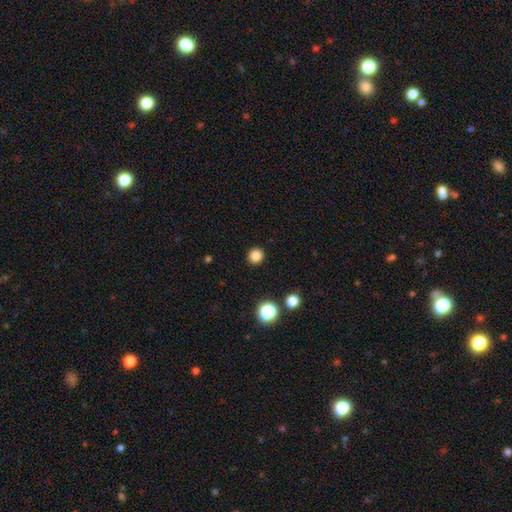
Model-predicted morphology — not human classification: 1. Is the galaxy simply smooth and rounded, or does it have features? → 84% smooth, 12% star or artifact, 3% featured or disk.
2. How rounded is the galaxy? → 92% round, 7% in between, 1% cigar-shaped.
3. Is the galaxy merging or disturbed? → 92% none, 5% minor disturbance, 2% major disturbance, 1% merger.